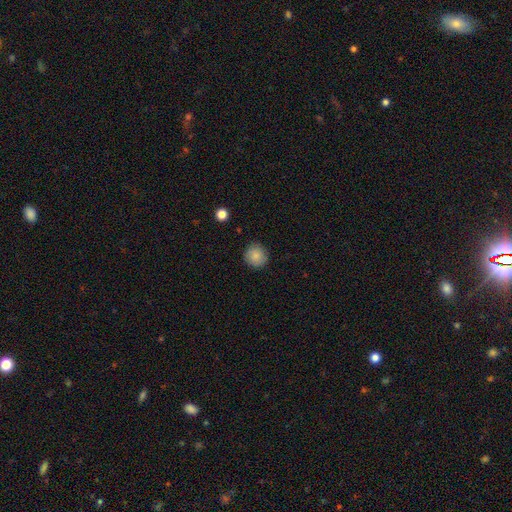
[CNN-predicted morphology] Smooth or featured?
  - smooth: 85% *
  - star or artifact: 8%
  - featured or disk: 6%
How rounded?
  - round: 93% *
  - in between: 6%
  - cigar-shaped: 1%
Merging?
  - none: 88% *
  - minor disturbance: 8%
  - major disturbance: 2%
  - merger: 1%